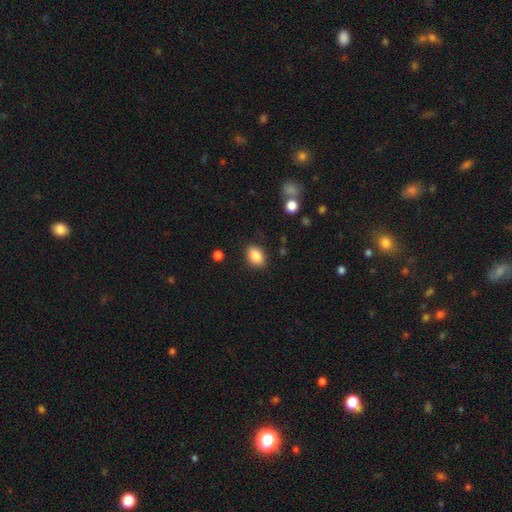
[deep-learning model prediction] This appears to be a smooth galaxy with no disk features (87%) that is in between round and cigar-shaped (79%). Merging: none (85%).